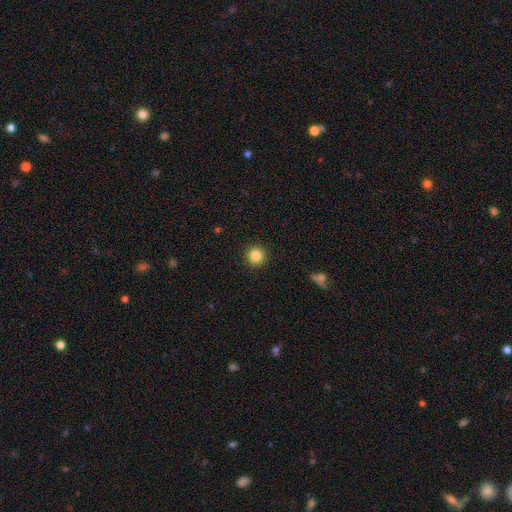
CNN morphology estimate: Smooth or featured? Predicted: smooth (p=0.85). How rounded? Predicted: round (p=0.95). Merging? Predicted: none (p=0.92).